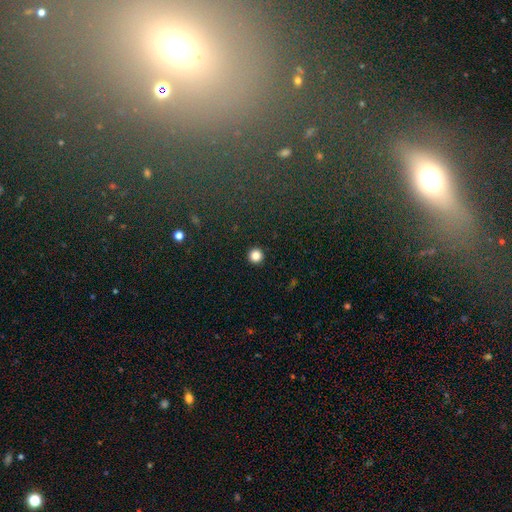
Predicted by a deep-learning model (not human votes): Smooth or featured? Predicted: smooth (p=0.84). How rounded? Predicted: round (p=0.96). Merging? Predicted: none (p=0.94).